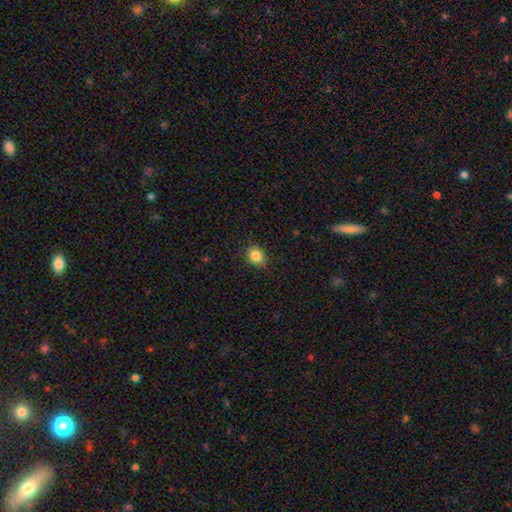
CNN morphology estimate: Q: Smooth or featured?
A: smooth (85%); runner-up: star or artifact (10%)
Q: How rounded?
A: round (62%); runner-up: in between (37%)
Q: Merging?
A: none (85%); runner-up: minor disturbance (11%)